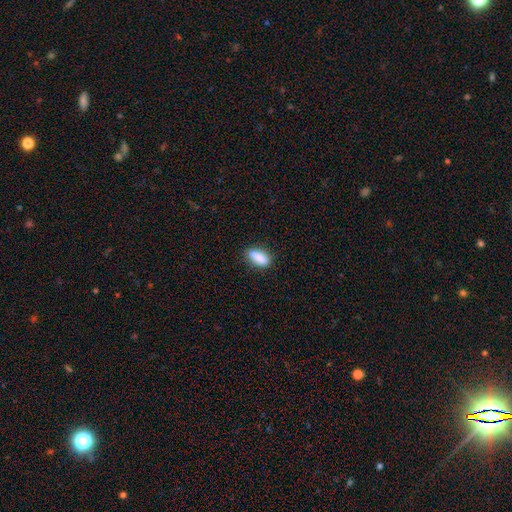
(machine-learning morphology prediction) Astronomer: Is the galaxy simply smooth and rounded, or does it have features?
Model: smooth — 86%.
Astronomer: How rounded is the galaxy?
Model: in between — 77%.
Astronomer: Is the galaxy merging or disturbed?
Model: none — 80%.